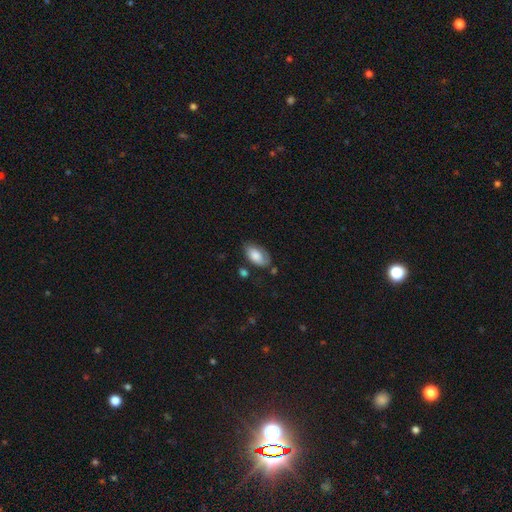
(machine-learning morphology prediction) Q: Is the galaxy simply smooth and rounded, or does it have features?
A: smooth — 79%.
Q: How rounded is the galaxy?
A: in between — 94%.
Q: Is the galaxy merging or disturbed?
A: none — 60%.